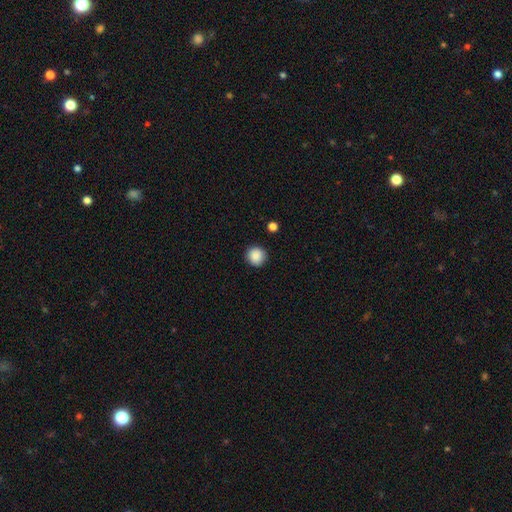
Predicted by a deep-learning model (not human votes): A smooth galaxy with no disk features (88%) that is round (95%). Merging: none (91%).